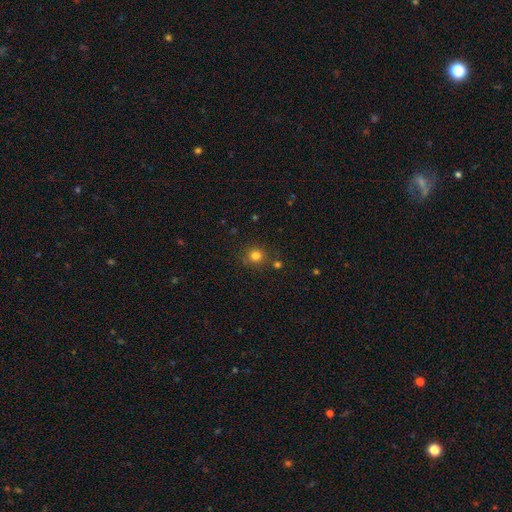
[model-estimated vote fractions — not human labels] Smooth or featured?
  - smooth: 80% *
  - star or artifact: 15%
  - featured or disk: 5%
How rounded?
  - round: 91% *
  - in between: 8%
  - cigar-shaped: 1%
Merging?
  - none: 82% *
  - minor disturbance: 9%
  - merger: 6%
  - major disturbance: 3%